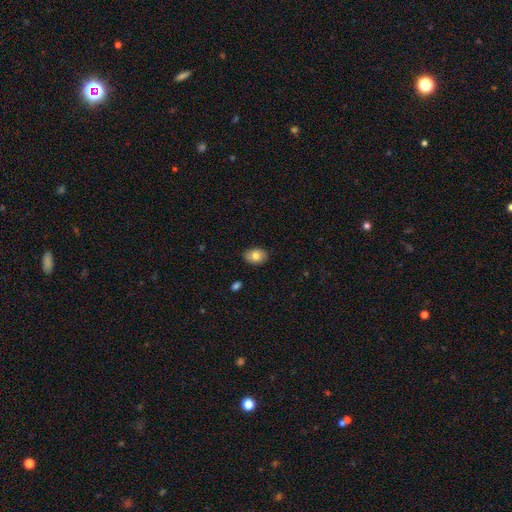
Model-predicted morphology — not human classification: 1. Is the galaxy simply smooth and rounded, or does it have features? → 80% smooth, 12% featured or disk, 8% star or artifact.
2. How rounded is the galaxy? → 76% in between, 23% round, 1% cigar-shaped.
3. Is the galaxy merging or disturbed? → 86% none, 11% minor disturbance, 2% major disturbance, 1% merger.